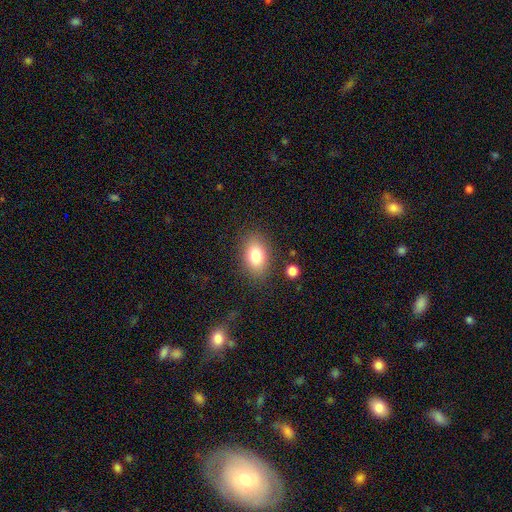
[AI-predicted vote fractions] Smooth or featured? smooth (81%)
How rounded? in between (87%)
Merging? none (84%)